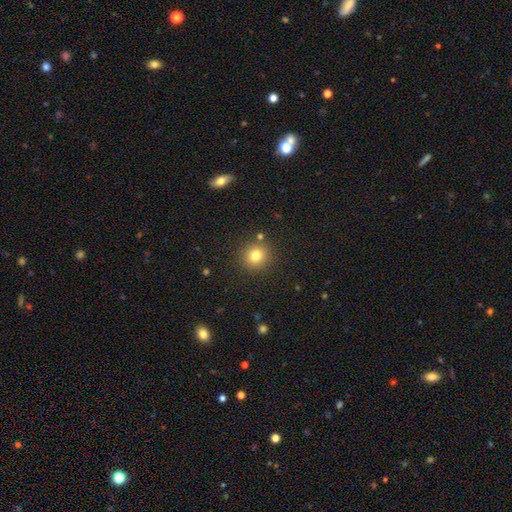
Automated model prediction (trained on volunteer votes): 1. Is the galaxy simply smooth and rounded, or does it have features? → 79% smooth, 13% star or artifact, 7% featured or disk.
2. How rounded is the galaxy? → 91% round, 8% in between, 1% cigar-shaped.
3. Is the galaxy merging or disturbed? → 87% none, 7% minor disturbance, 4% merger, 2% major disturbance.